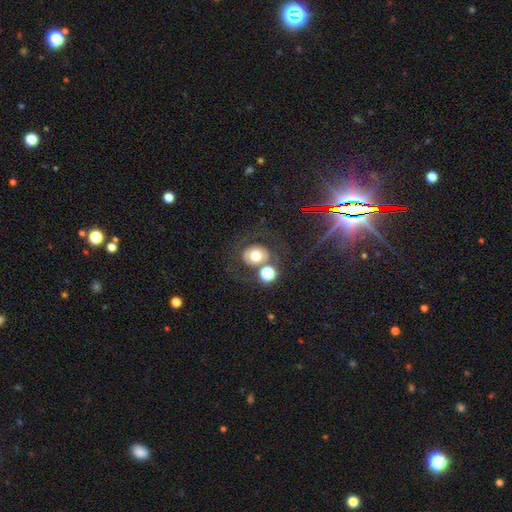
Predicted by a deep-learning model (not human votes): Smooth or featured?
  - smooth: 58% *
  - featured or disk: 25%
  - star or artifact: 16%
How rounded?
  - round: 64% *
  - in between: 35%
  - cigar-shaped: 1%
Merging?
  - none: 63% *
  - merger: 15%
  - minor disturbance: 12%
  - major disturbance: 9%